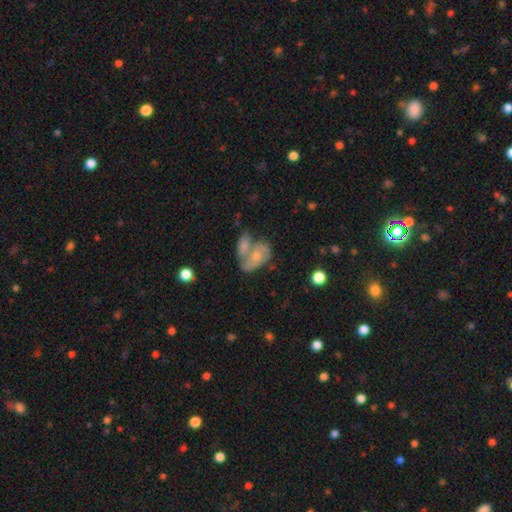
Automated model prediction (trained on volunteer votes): This appears to be a smooth galaxy with no disk features (47%). Merging: merger (56%).